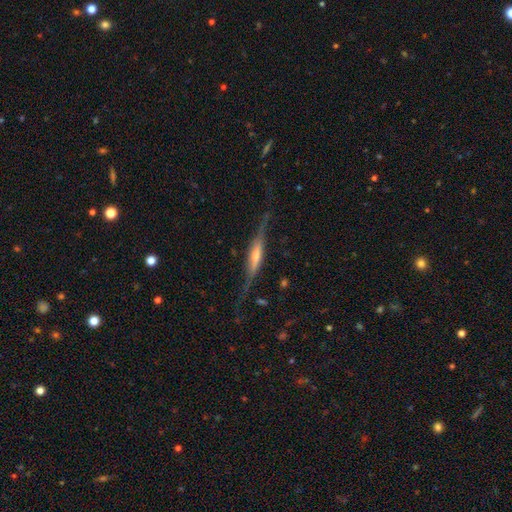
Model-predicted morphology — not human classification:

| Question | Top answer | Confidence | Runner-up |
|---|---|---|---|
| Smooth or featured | featured or disk | 76% | smooth (18%) |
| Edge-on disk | yes | 90% | no (10%) |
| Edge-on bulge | rounded | 53% | boxy (29%) |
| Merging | none | 68% | minor disturbance (20%) |